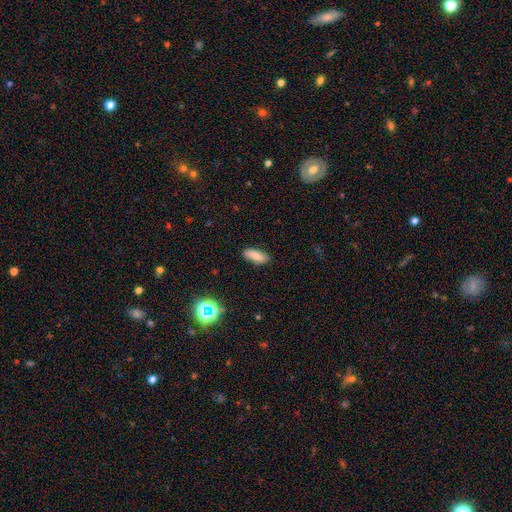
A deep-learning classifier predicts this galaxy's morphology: Smooth or featured: smooth — 75% (featured or disk — 16%)
How rounded: in between — 74% (cigar-shaped — 23%)
Merging: none — 84% (minor disturbance — 12%)